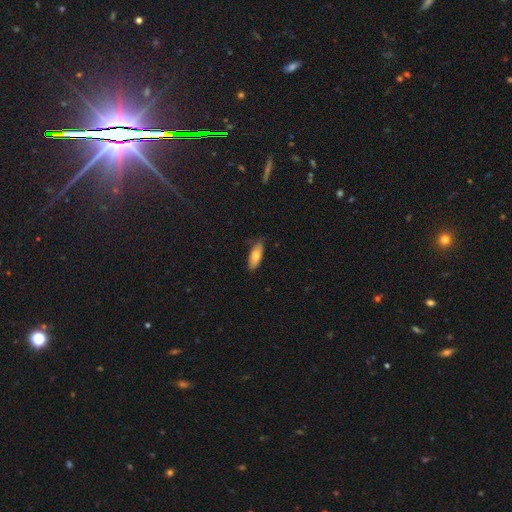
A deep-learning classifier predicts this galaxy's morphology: The model was most divided on "how rounded": in between: 71%, cigar-shaped: 27%, round: 2%. More confident: smooth or featured — smooth (77%); merging — none (75%).